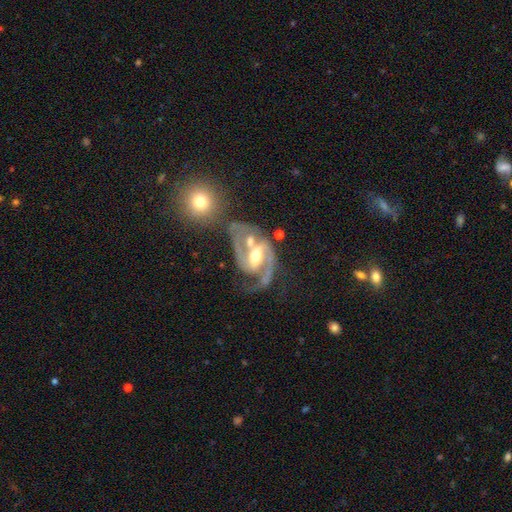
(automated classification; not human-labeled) This is clearly a featured or disk galaxy (90%). It is clearly not viewed edge-on (97%). Bar: possibly strong (46%). Spiral arm pattern: clearly yes (97%). Spiral arm count: clearly 2 (87%). Spiral winding: possibly medium (57%). Central bulge: likely moderate (72%). Merging: marginally none (37%).